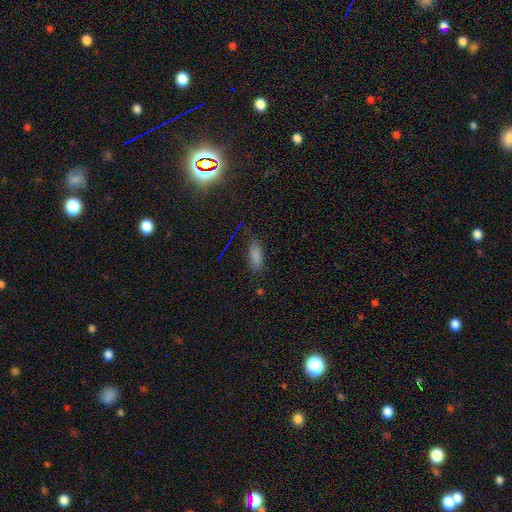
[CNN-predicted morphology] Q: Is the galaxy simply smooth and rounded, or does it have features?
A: smooth — 77%.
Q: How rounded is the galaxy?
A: in between — 82%.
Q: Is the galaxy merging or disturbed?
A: none — 70%.